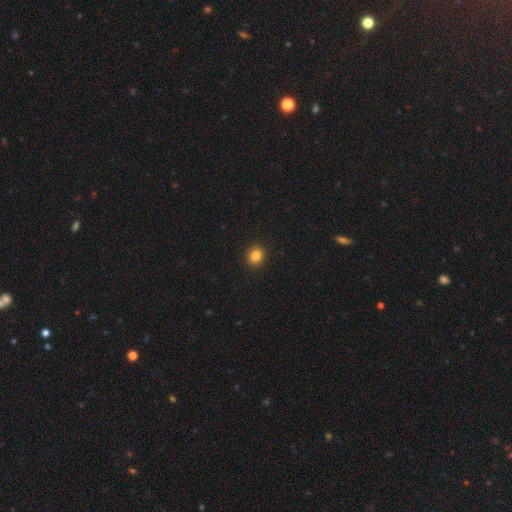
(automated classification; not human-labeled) Smooth or featured? smooth (84%)
How rounded? round (85%)
Merging? none (93%)